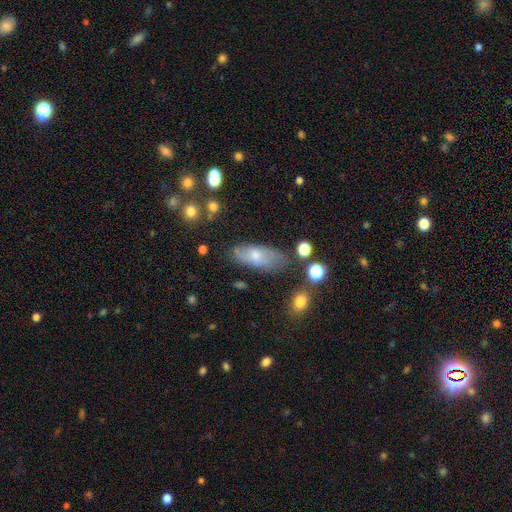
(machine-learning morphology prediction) smooth 60%, featured or disk 31%, star or artifact 8%. Down the decision tree: how rounded — in between (83%); merging — none (64%).